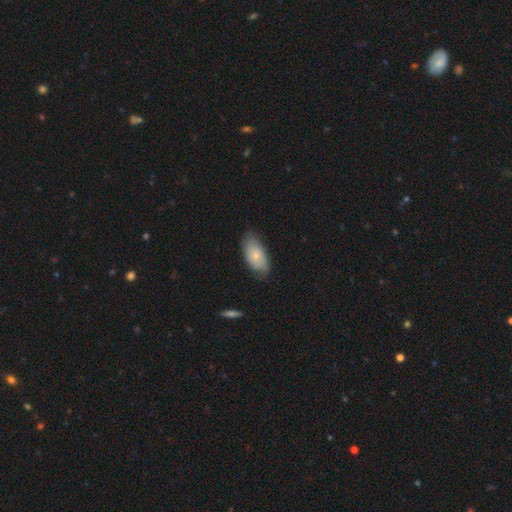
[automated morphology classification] Q: Smooth or featured?
A: smooth (70%); runner-up: featured or disk (24%)
Q: How rounded?
A: in between (92%); runner-up: cigar-shaped (4%)
Q: Merging?
A: none (70%); runner-up: minor disturbance (24%)